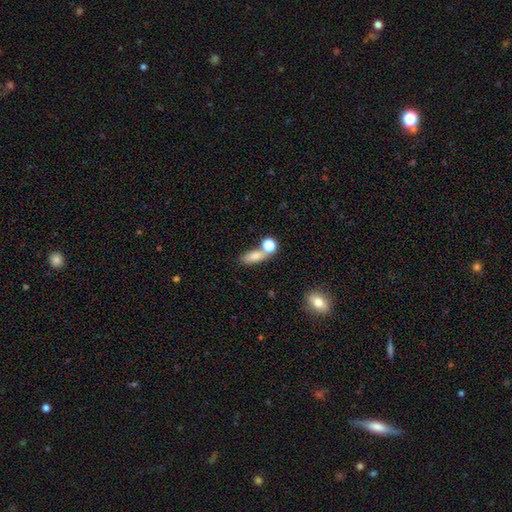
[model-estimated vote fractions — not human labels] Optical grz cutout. It shows a smooth galaxy with no disk features (78%) that is in between round and cigar-shaped (65%). Merging: none (53%).